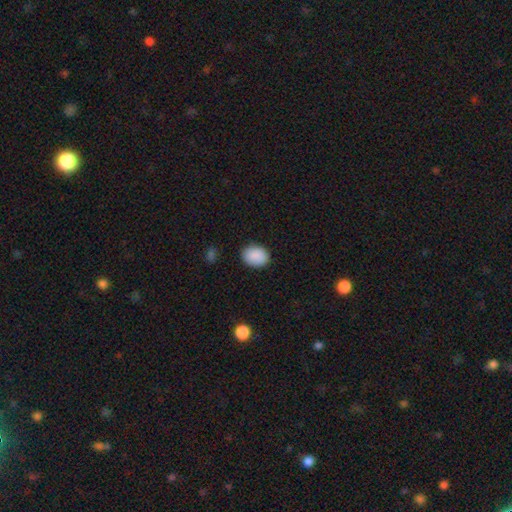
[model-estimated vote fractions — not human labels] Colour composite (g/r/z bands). It shows a smooth galaxy with no disk features (90%) that is in between round and cigar-shaped (64%). Merging: none (87%).